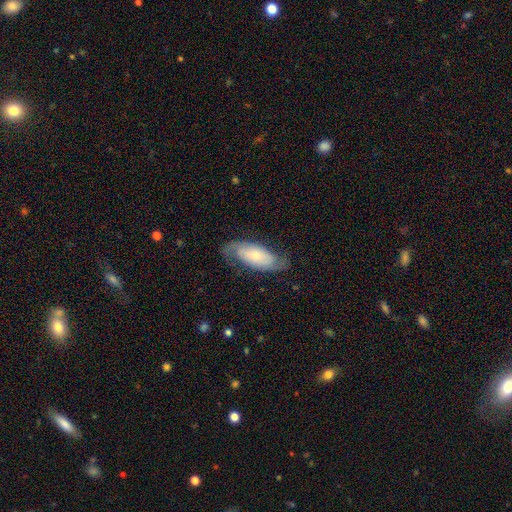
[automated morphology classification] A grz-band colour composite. It shows a featured or disk galaxy (63%) with no bar (66%), 2 (78%) medium (39%) spiral arms (88%) and a small central bulge (54%). Merging: none (67%).